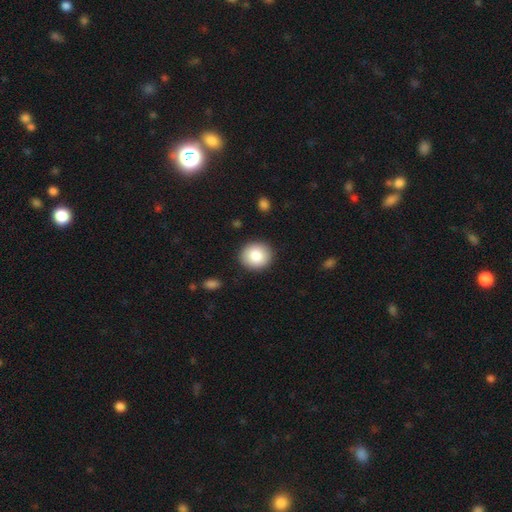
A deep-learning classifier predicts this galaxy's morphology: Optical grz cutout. It shows a smooth galaxy with no disk features (85%) that is round (81%). Merging: none (90%).